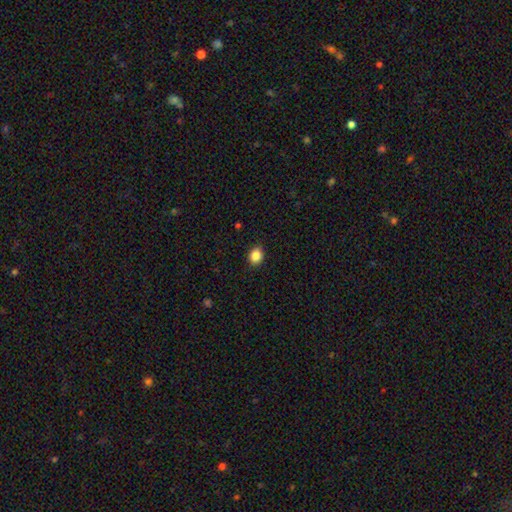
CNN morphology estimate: A smooth galaxy with no disk features (86%) that is round (57%).

Vote fractions:
- Smooth or featured? smooth: 86% / star or artifact: 10% / featured or disk: 4%
- How rounded? round: 57% / in between: 42% / cigar-shaped: 1%
- Merging? none: 89% / minor disturbance: 8% / major disturbance: 2% / merger: 1%